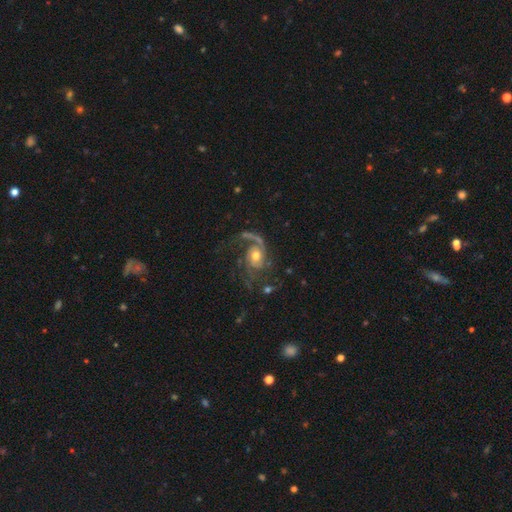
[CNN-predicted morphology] This is clearly a featured or disk galaxy (87%). It is clearly not viewed edge-on (98%). Bar: likely no (71%). Spiral arm pattern: clearly yes (96%). Spiral arm count: marginally 2 (43%). Spiral winding: marginally medium (44%). Central bulge: likely moderate (67%). Merging: possibly none (49%).